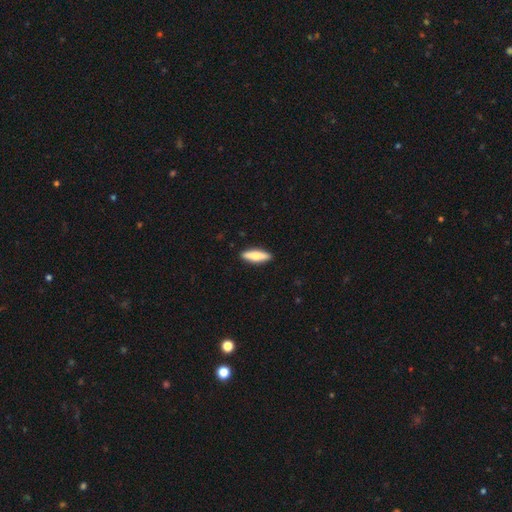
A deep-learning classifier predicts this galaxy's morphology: Smooth or featured: smooth — 74% (featured or disk — 21%)
How rounded: cigar-shaped — 59% (in between — 39%)
Merging: none — 91% (minor disturbance — 7%)